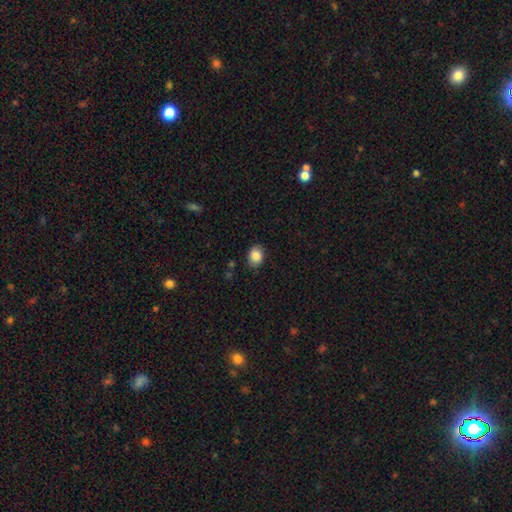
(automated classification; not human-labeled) Q: Smooth or featured?
A: smooth (86%); runner-up: star or artifact (8%)
Q: How rounded?
A: in between (60%); runner-up: round (39%)
Q: Merging?
A: none (84%); runner-up: minor disturbance (12%)